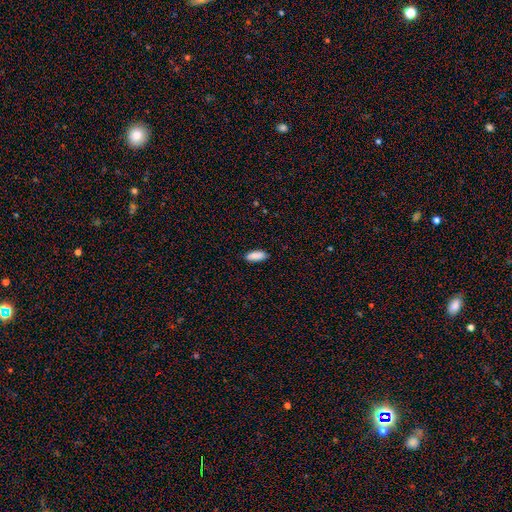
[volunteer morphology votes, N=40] smooth_or_featured: smooth (p=0.93) [alt: star or artifact p=0.05]
how_rounded: in between (p=0.81) [alt: cigar-shaped p=0.19]
merging: none (p=0.95) [alt: minor disturbance p=0.03]